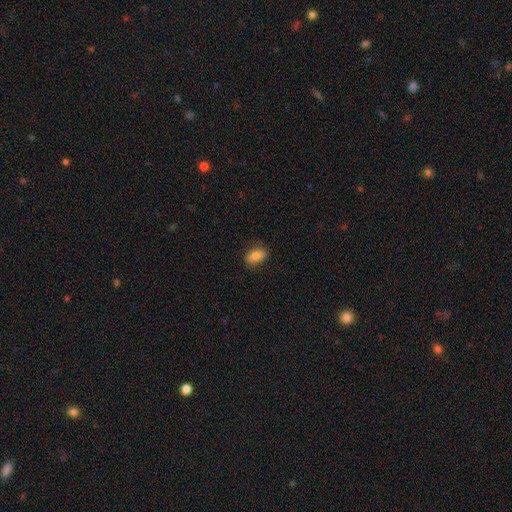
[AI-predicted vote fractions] Smooth or featured?
  - smooth: 80% *
  - featured or disk: 11%
  - star or artifact: 8%
How rounded?
  - in between: 87% *
  - round: 10%
  - cigar-shaped: 4%
Merging?
  - none: 82% *
  - minor disturbance: 14%
  - major disturbance: 3%
  - merger: 1%